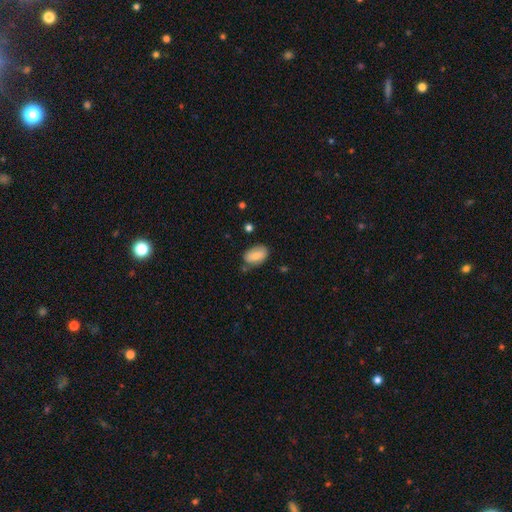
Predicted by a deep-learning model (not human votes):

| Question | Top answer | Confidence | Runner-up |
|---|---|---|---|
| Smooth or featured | smooth | 80% | featured or disk (13%) |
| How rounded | in between | 90% | round (8%) |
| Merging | none | 69% | minor disturbance (22%) |